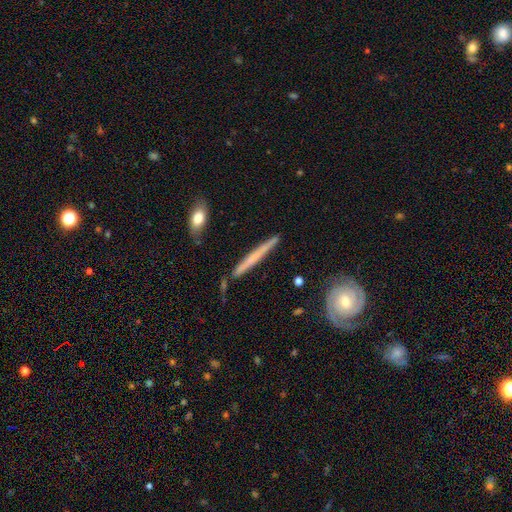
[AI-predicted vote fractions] Smooth or featured: featured or disk — 58% (smooth — 37%)
Edge-on disk: yes — 90% (no — 10%)
Edge-on bulge: none — 82% (rounded — 13%)
Merging: none — 86% (minor disturbance — 10%)